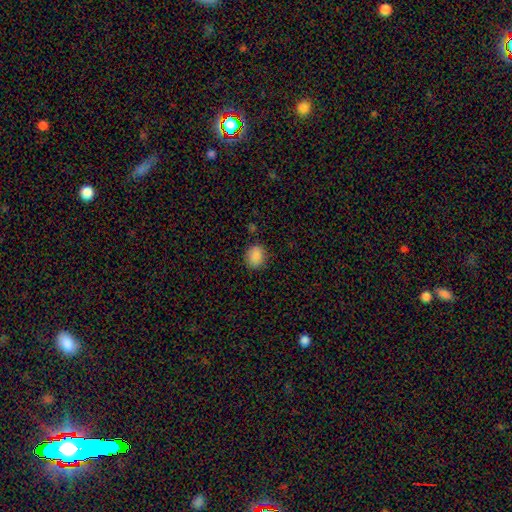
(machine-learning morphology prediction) smooth 88%, star or artifact 9%, featured or disk 4%. Down the decision tree: how rounded — round (57%); merging — none (84%).